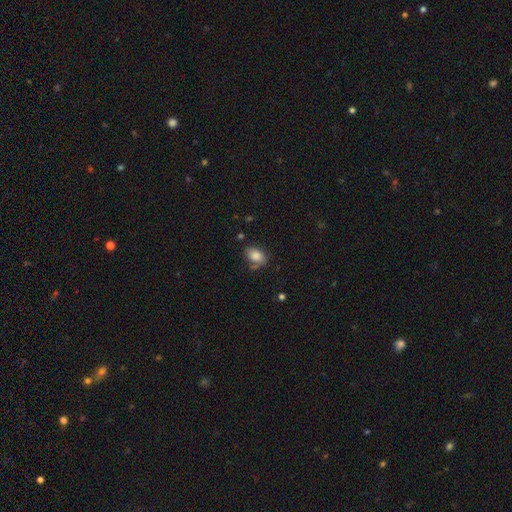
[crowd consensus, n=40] This appears to be a smooth galaxy with no disk features (78%) that is in between round and cigar-shaped (97%). Merging: none (78%).